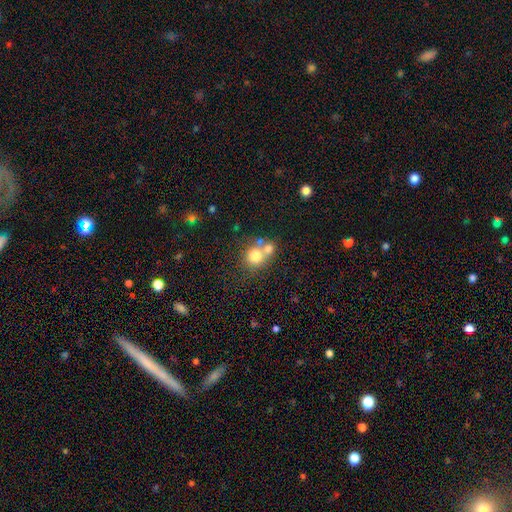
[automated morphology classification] A smooth galaxy with no disk features (74%) that is round (82%). Merging: merger (50%).